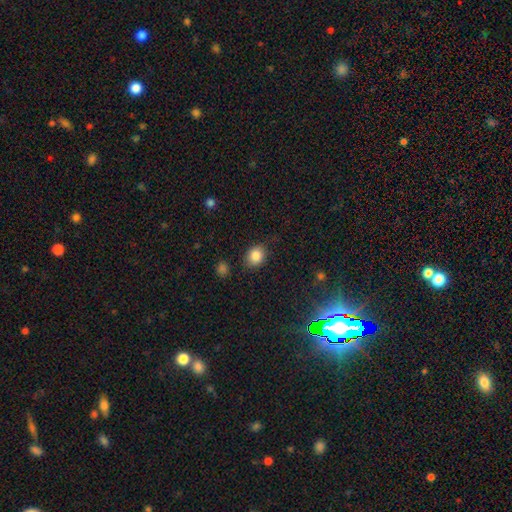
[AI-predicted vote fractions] smooth 85%, star or artifact 10%, featured or disk 6%. Down the decision tree: how rounded — round (54%); merging — none (80%).